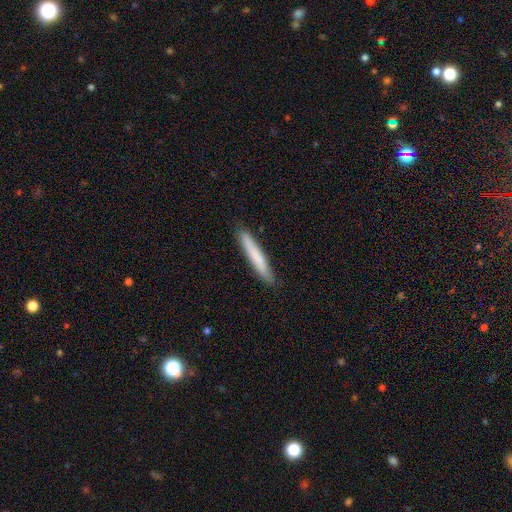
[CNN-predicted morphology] Q: Smooth or featured?
A: smooth (73%); runner-up: featured or disk (21%)
Q: How rounded?
A: cigar-shaped (95%); runner-up: in between (4%)
Q: Merging?
A: none (89%); runner-up: minor disturbance (8%)